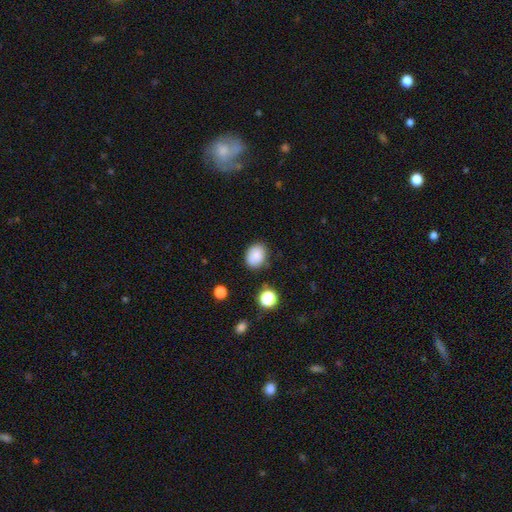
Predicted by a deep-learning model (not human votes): Smooth or featured: smooth — 85% (star or artifact — 10%)
How rounded: in between — 53% (round — 46%)
Merging: none — 79% (minor disturbance — 14%)